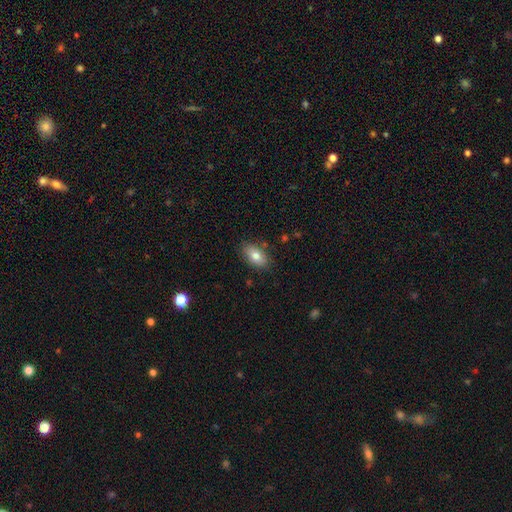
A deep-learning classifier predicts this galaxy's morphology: smooth_or_featured: smooth (p=0.80) [alt: featured or disk p=0.13]
how_rounded: in between (p=0.91) [alt: round p=0.06]
merging: none (p=0.83) [alt: minor disturbance p=0.12]